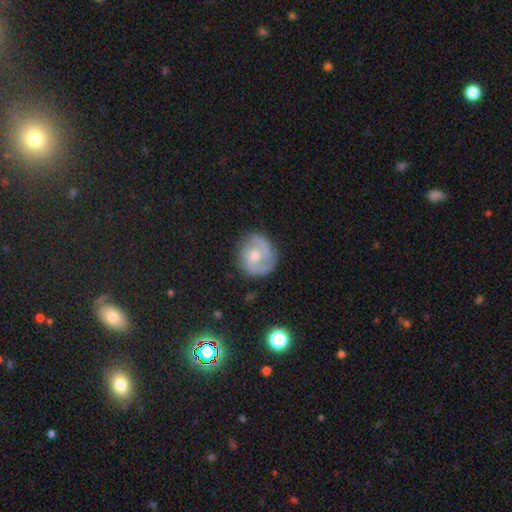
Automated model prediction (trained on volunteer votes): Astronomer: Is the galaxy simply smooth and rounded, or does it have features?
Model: featured or disk — 77%.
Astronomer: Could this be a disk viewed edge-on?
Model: no — 98%.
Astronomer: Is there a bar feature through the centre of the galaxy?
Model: no — 62%.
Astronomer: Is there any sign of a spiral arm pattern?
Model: yes — 94%.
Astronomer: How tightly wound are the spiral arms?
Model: medium — 45% (runner-up: tight, 42%).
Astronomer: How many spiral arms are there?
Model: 2 — 77%.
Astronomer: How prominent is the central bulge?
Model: moderate — 53% (runner-up: small, 39%).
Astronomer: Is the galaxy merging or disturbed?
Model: none — 79%.